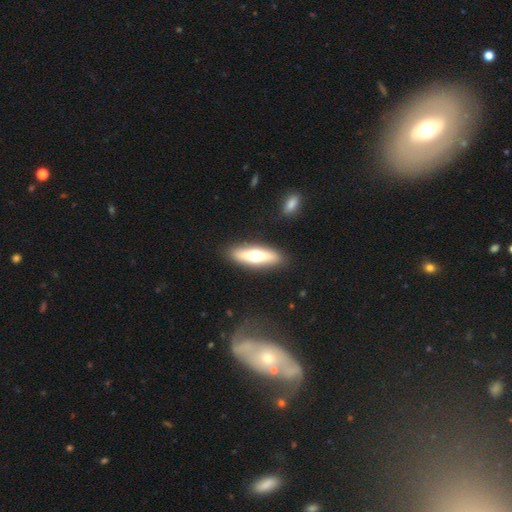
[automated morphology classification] type=smooth (49%); merging=none (88%).